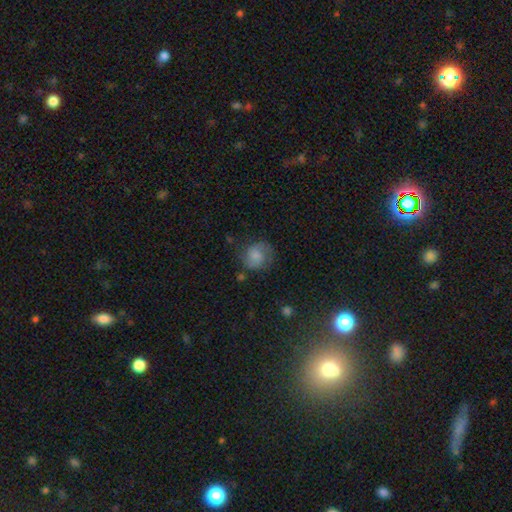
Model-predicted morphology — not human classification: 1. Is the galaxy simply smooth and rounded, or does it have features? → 53% smooth, 38% featured or disk, 9% star or artifact.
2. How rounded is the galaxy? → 74% round, 25% in between, 1% cigar-shaped.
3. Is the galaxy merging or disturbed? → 61% none, 24% minor disturbance, 13% major disturbance, 3% merger.